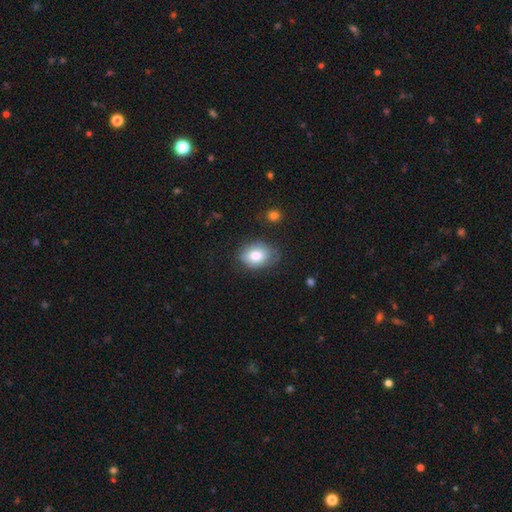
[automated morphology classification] Smooth or featured? Predicted: smooth (p=0.79). How rounded? Predicted: in between (p=0.70). Merging? Predicted: none (p=0.71).